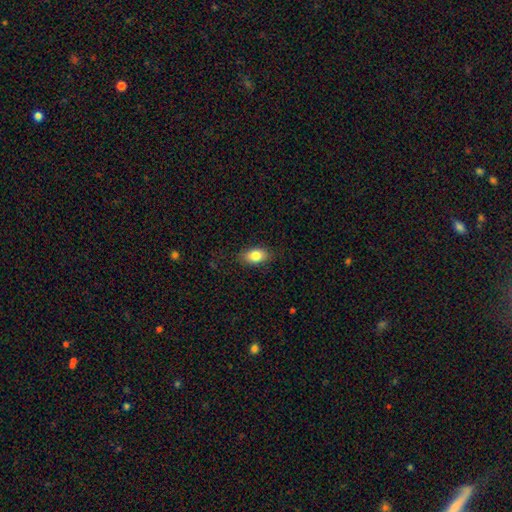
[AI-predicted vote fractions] The model was most divided on "merging": none: 85%, minor disturbance: 11%, major disturbance: 3%, merger: 1%. More confident: how rounded — in between (89%); smooth or featured — smooth (83%).